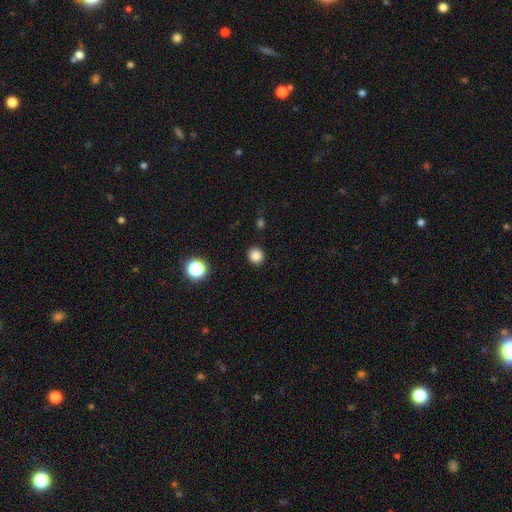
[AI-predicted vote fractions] This is clearly a smooth galaxy (84%). How rounded: clearly round (91%). Merging: clearly none (92%).